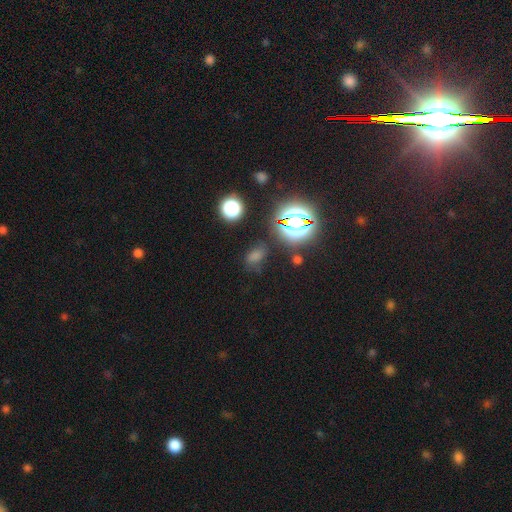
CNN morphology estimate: This is possibly a smooth galaxy (47%). Merging: likely none (72%).